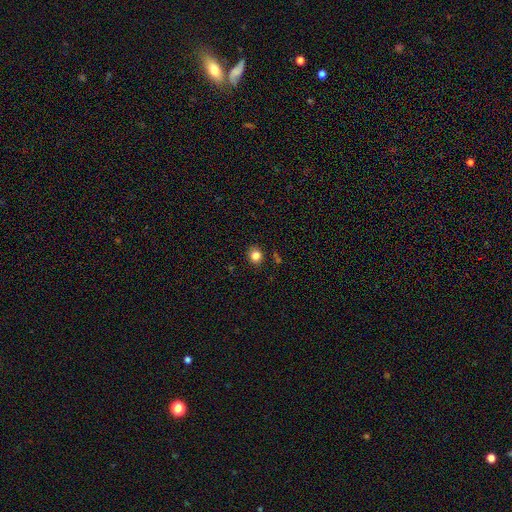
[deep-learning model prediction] Morphology: type=smooth (83%); roundness=round (81%); merging=none (87%).